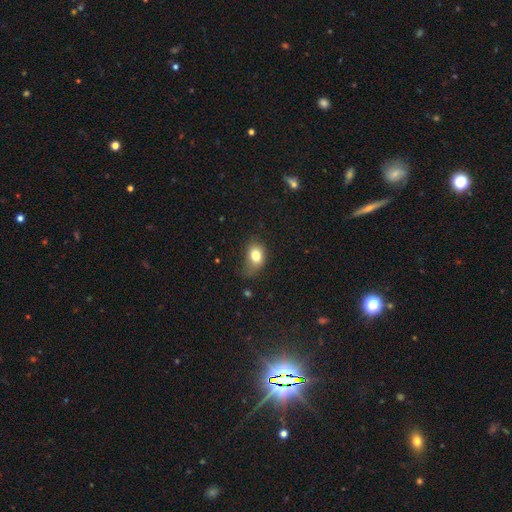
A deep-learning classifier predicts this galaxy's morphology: type=smooth (79%); roundness=in between (72%); merging=none (43%).